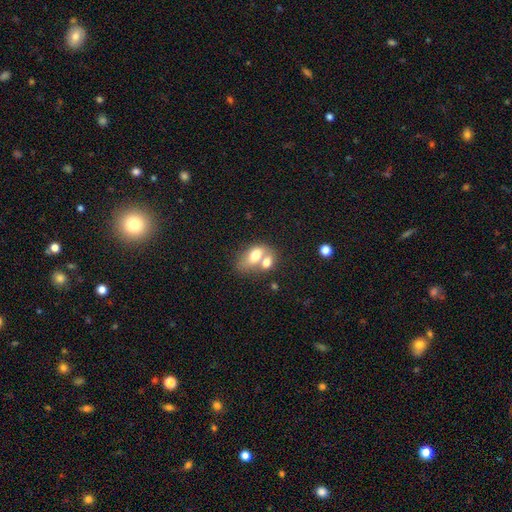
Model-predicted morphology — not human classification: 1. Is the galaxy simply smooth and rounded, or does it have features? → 69% smooth, 23% featured or disk, 8% star or artifact.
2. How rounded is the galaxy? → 84% in between, 13% round, 3% cigar-shaped.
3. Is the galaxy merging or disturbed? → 64% merger, 22% none, 9% minor disturbance, 6% major disturbance.